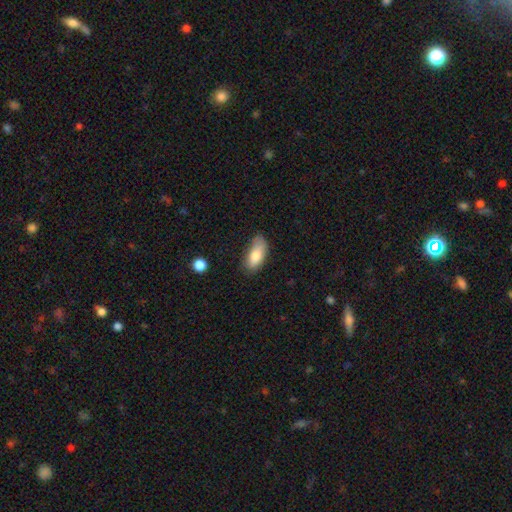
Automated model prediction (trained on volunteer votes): This is clearly a smooth galaxy (81%). How rounded: clearly in between (87%). Merging: possibly none (59%).